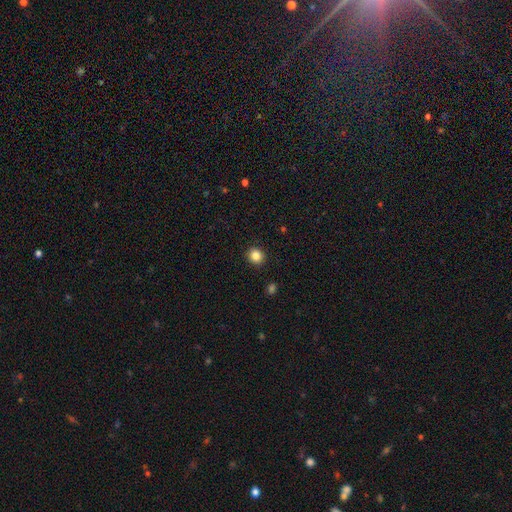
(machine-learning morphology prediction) The model was most divided on "how rounded": round: 86%, in between: 13%, cigar-shaped: 1%. More confident: merging — none (92%); smooth or featured — smooth (85%).